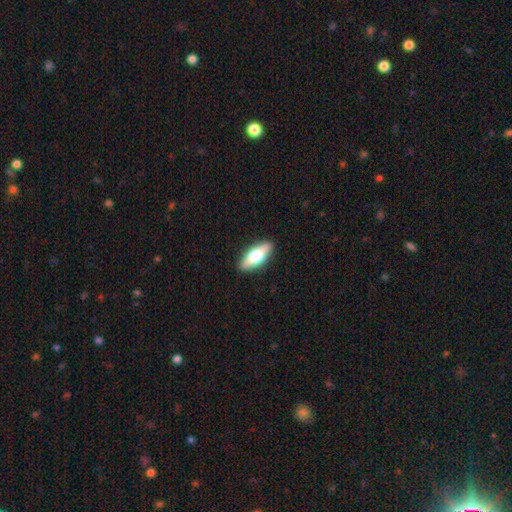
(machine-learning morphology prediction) Overall: smooth (60%; featured or disk 34%). How rounded: in between (67%; cigar-shaped 30%). Merging: none (89%).